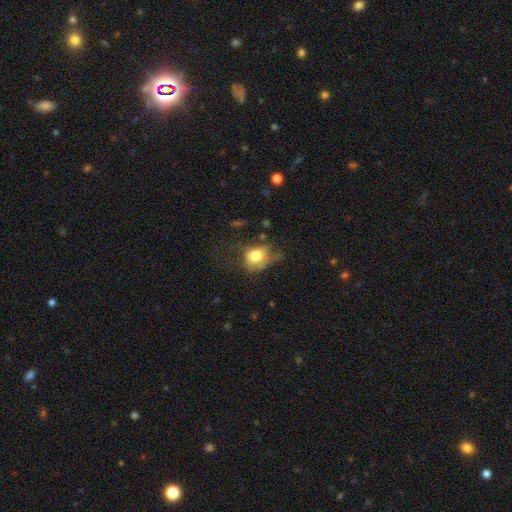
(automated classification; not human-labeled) The model was most divided on "merging": major disturbance: 36%, none: 31%, minor disturbance: 30%, merger: 4%. More confident: smooth or featured — smooth (71%); how rounded — round (55%).